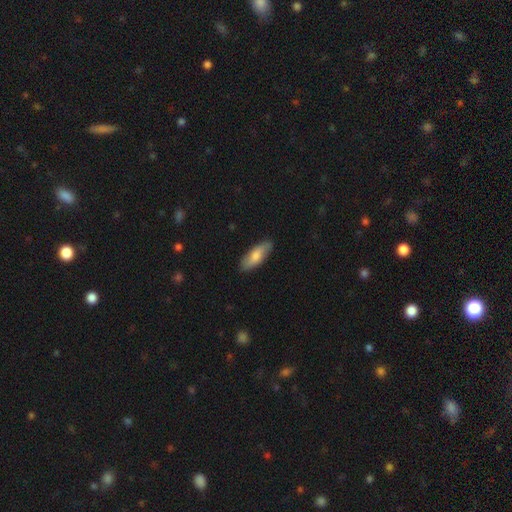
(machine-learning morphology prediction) smooth-or-featured: smooth: 68% | featured or disk: 26% | star or artifact: 6%
  how-rounded: in between: 73% | cigar-shaped: 25% | round: 2%
  merging: none: 85% | minor disturbance: 12% | major disturbance: 2% | merger: 1%